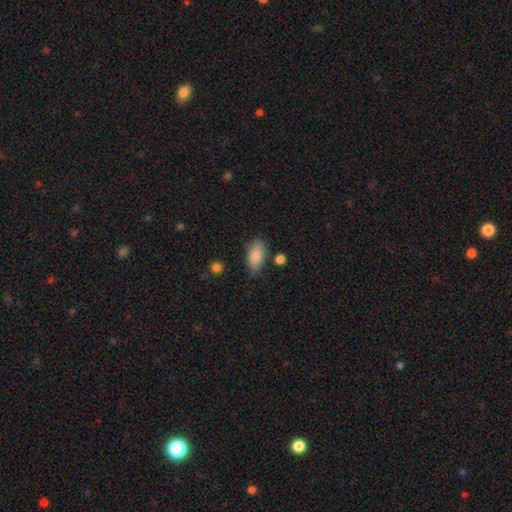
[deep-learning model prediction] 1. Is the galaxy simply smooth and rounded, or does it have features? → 87% smooth, 7% star or artifact, 6% featured or disk.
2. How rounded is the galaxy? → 92% in between, 4% round, 4% cigar-shaped.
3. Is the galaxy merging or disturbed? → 73% none, 18% minor disturbance, 4% major disturbance, 4% merger.